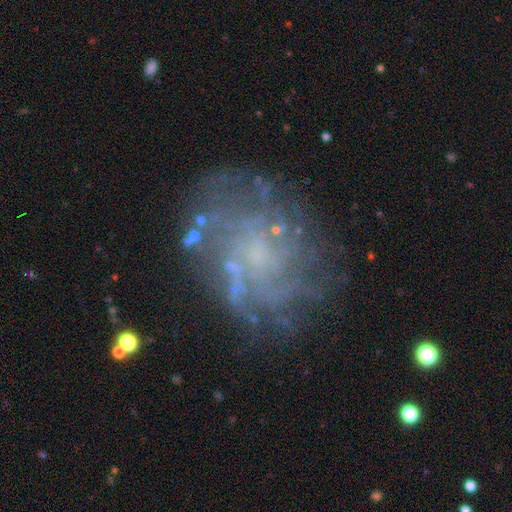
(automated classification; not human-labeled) This appears to be a featured or disk galaxy (73%) with no bar (80%), spiral arms (69%) and no central bulge (44%). Merging: none (65%).